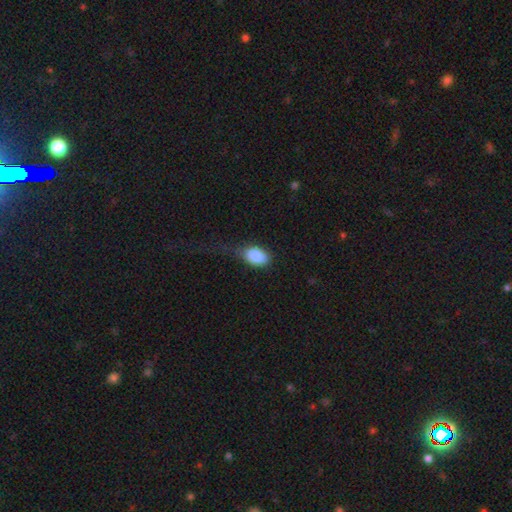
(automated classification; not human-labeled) smooth_or_featured: smooth (p=0.88) [alt: star or artifact p=0.07]
how_rounded: in between (p=0.90) [alt: round p=0.08]
merging: none (p=0.44) [alt: minor disturbance p=0.32]